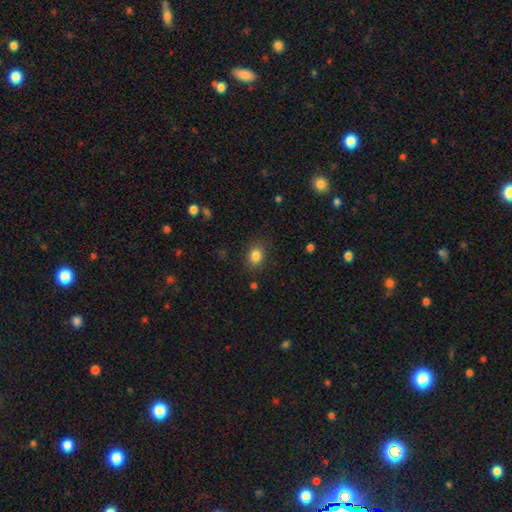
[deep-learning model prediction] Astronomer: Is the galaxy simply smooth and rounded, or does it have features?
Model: smooth — 83%.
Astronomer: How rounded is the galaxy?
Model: in between — 55% (runner-up: round, 44%).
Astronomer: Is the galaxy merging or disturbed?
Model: none — 83%.